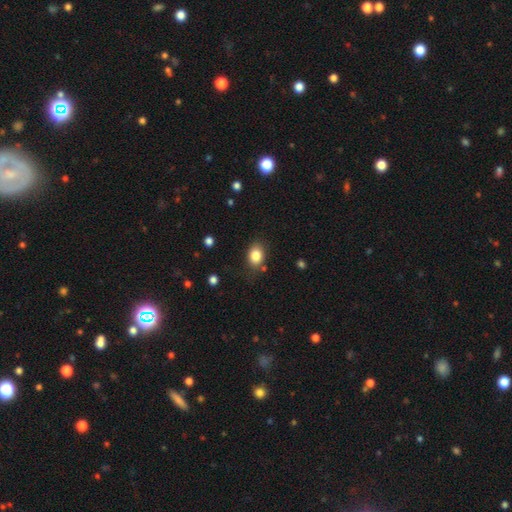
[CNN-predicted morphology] smooth 84%, star or artifact 9%, featured or disk 7%. Down the decision tree: how rounded — in between (66%); merging — none (77%).